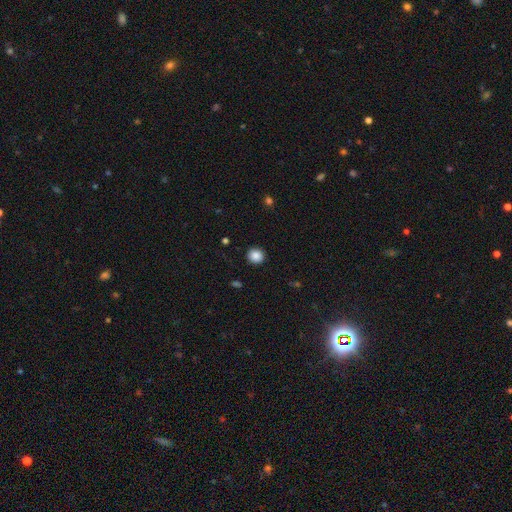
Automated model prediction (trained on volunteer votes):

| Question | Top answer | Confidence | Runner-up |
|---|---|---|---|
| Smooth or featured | smooth | 87% | star or artifact (10%) |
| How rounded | round | 90% | in between (9%) |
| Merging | none | 92% | minor disturbance (5%) |